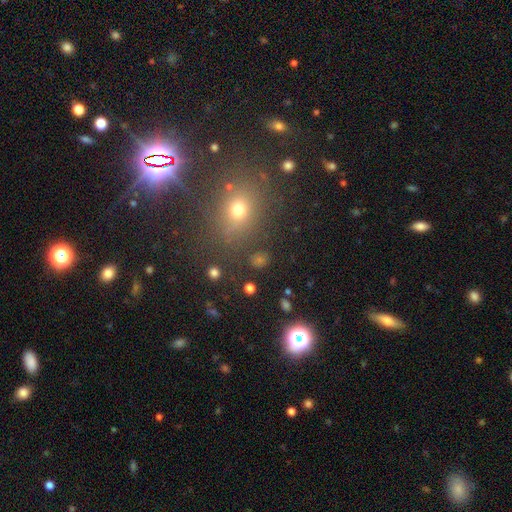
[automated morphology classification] smooth-or-featured: smooth: 48% | star or artifact: 41% | featured or disk: 12%
  merging: none: 80% | minor disturbance: 10% | major disturbance: 5% | merger: 5%